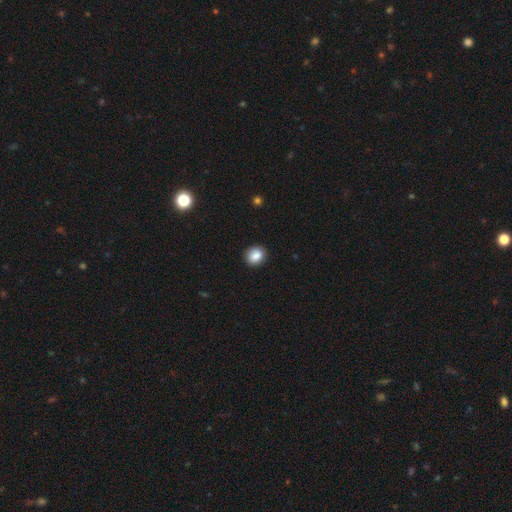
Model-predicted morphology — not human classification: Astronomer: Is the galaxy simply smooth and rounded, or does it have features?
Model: smooth — 86%.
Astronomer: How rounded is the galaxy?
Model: round — 71%.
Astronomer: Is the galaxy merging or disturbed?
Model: none — 89%.